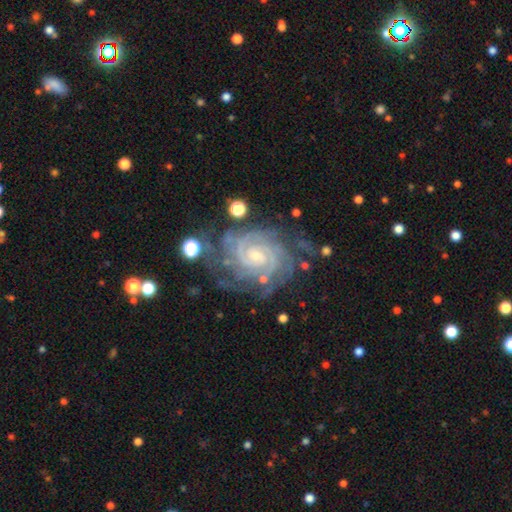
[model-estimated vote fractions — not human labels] Morphology: type=featured or disk (91%); edge-on=no (98%); bar=no (51%); spiral arms=yes (98%); winding=tight (78%); arm count=2 (27%); bulge=small (63%); merging=none (69%).